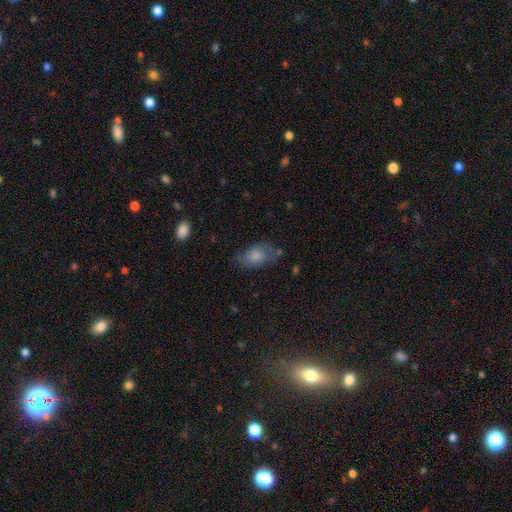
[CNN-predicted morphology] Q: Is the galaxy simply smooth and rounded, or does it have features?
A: smooth — 72%.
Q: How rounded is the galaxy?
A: in between — 90%.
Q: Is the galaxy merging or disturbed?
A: none — 51%.